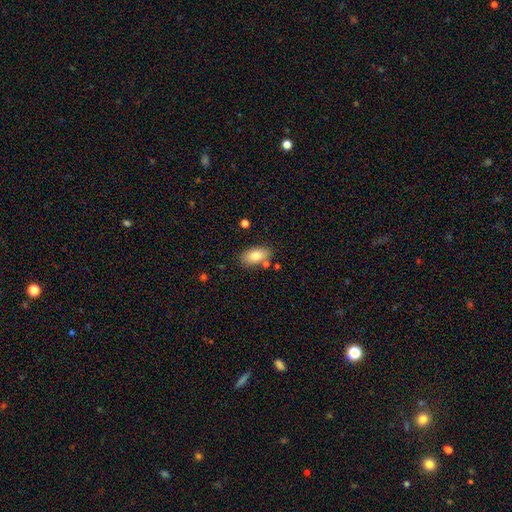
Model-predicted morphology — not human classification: A smooth galaxy with no disk features (79%) that is in between round and cigar-shaped (92%). Merging: none (78%).